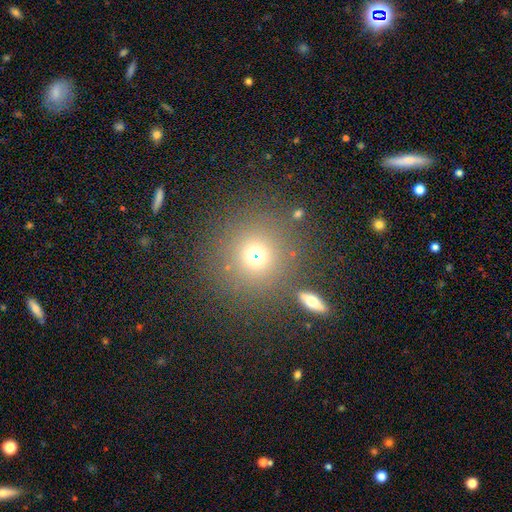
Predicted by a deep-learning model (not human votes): smooth 66%, star or artifact 23%, featured or disk 11%. Down the decision tree: how rounded — round (91%); merging — none (75%).